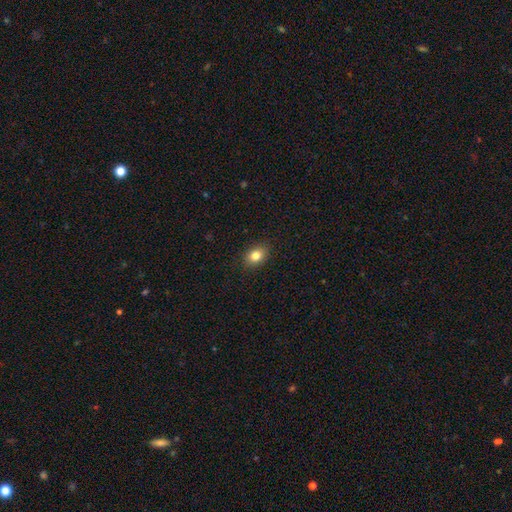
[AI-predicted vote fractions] smooth-or-featured: smooth: 83% | star or artifact: 10% | featured or disk: 7%
  how-rounded: in between: 67% | round: 32% | cigar-shaped: 1%
  merging: none: 89% | minor disturbance: 8% | major disturbance: 2% | merger: 1%